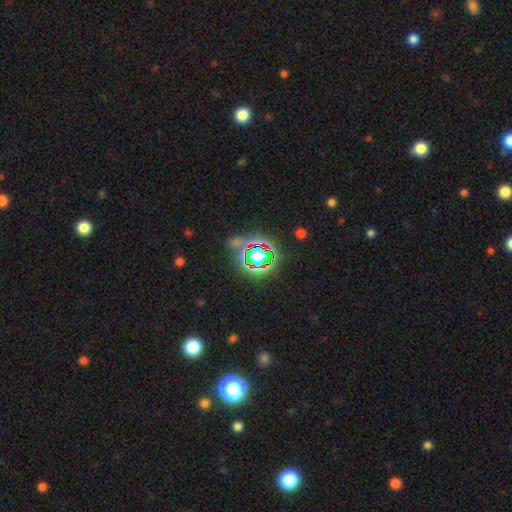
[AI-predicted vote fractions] smooth_or_featured: star or artifact (p=0.77) [alt: smooth p=0.14]